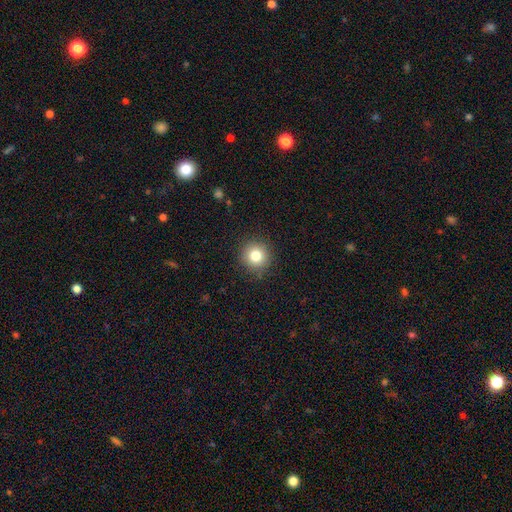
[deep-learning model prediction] smooth 81%, star or artifact 11%, featured or disk 8%. Down the decision tree: how rounded — round (94%); merging — none (89%).